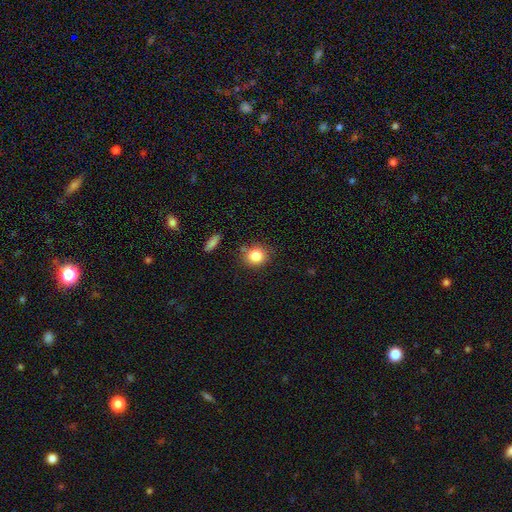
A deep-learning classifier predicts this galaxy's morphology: smooth-or-featured: smooth: 84% | star or artifact: 10% | featured or disk: 6%
  how-rounded: round: 82% | in between: 17% | cigar-shaped: 1%
  merging: none: 78% | minor disturbance: 13% | merger: 6% | major disturbance: 3%